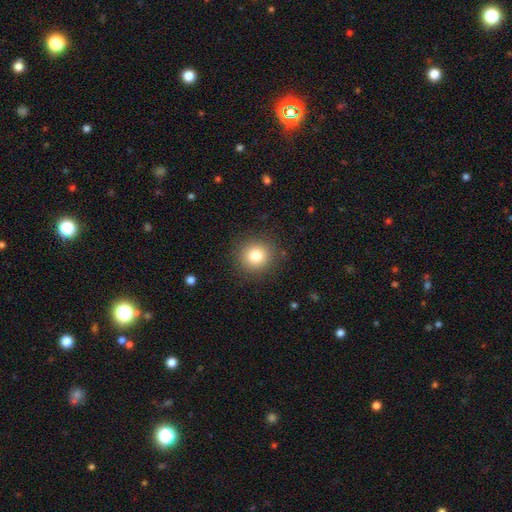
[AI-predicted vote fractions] This is clearly a smooth galaxy (81%). How rounded: clearly round (91%). Merging: clearly none (89%).